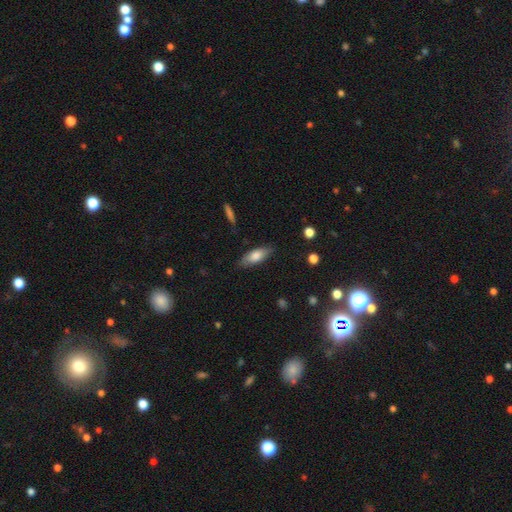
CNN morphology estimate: Smooth or featured? smooth (76%)
How rounded? in between (70%)
Merging? none (82%)